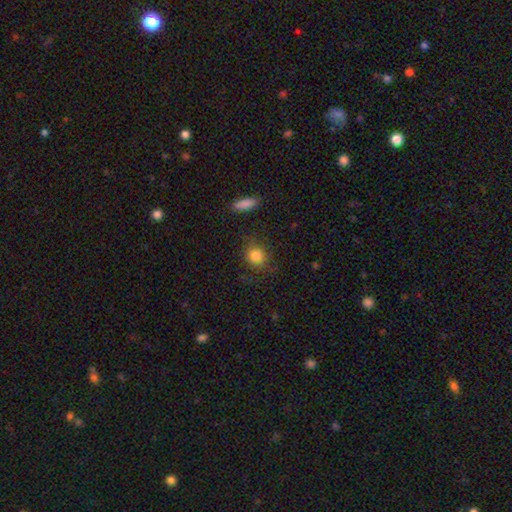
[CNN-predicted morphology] This is clearly a smooth galaxy (83%). How rounded: likely round (77%). Merging: likely none (79%).